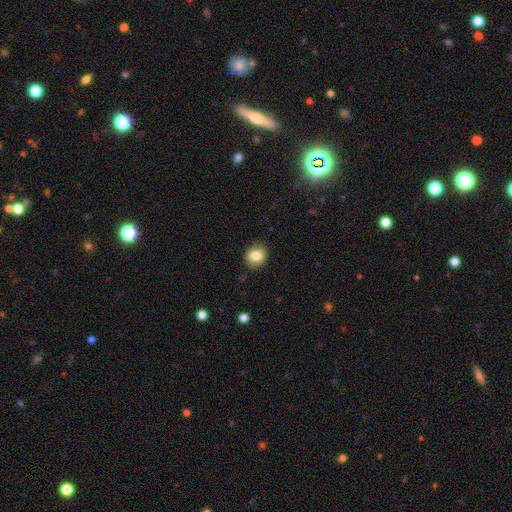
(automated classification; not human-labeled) smooth 82%, star or artifact 9%, featured or disk 8%. Down the decision tree: how rounded — round (72%); merging — none (86%).